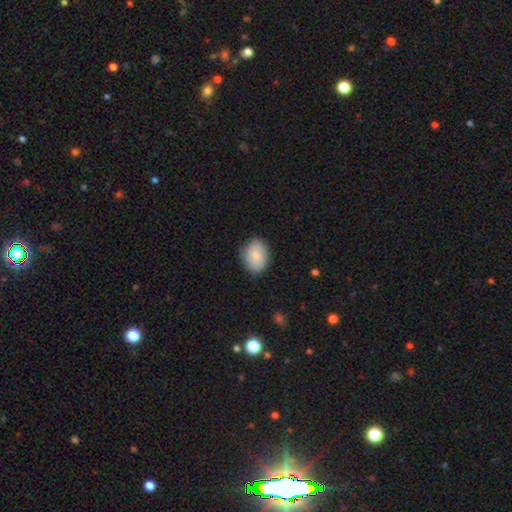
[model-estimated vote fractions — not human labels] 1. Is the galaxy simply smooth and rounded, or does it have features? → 81% smooth, 13% featured or disk, 6% star or artifact.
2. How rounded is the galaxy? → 75% in between, 24% round, 1% cigar-shaped.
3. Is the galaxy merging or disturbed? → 82% none, 14% minor disturbance, 3% major disturbance, 1% merger.